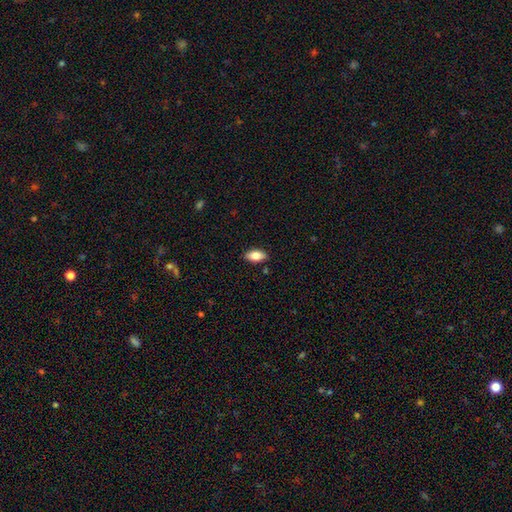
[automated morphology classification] smooth_or_featured: smooth (p=0.84) [alt: featured or disk p=0.09]
how_rounded: in between (p=0.90) [alt: cigar-shaped p=0.07]
merging: none (p=0.87) [alt: minor disturbance p=0.10]